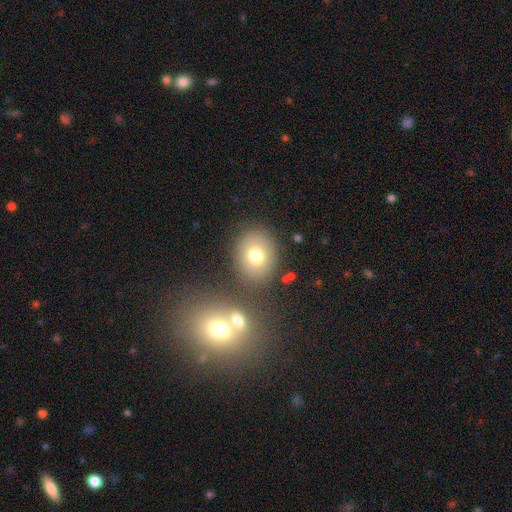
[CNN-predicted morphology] Smooth or featured: smooth — 75% (featured or disk — 13%)
How rounded: round — 61% (in between — 38%)
Merging: none — 77% (minor disturbance — 10%)